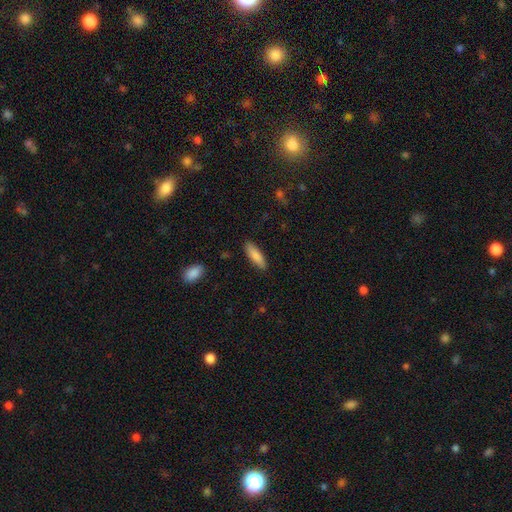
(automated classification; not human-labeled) Overall: smooth (86%). How rounded: cigar-shaped (55%; in between 43%). Merging: none (88%).